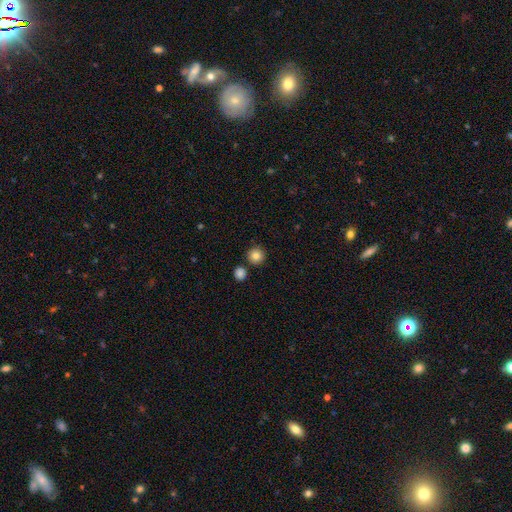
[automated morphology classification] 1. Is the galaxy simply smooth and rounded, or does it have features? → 84% smooth, 10% star or artifact, 6% featured or disk.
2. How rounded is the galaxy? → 95% round, 4% in between, 1% cigar-shaped.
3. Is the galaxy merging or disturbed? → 85% none, 7% merger, 6% minor disturbance, 2% major disturbance.